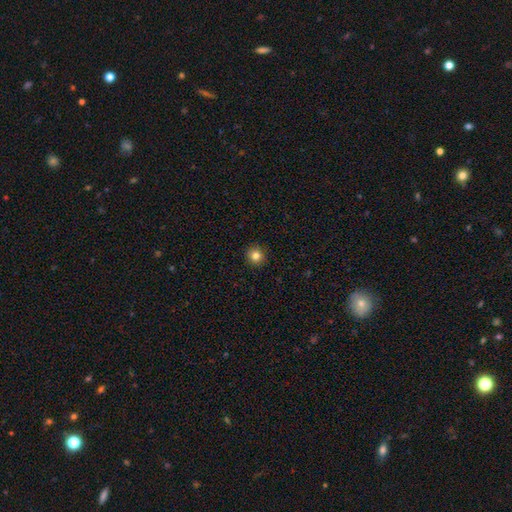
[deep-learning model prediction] smooth_or_featured: smooth (p=0.83) [alt: star or artifact p=0.12]
how_rounded: round (p=0.94) [alt: in between p=0.05]
merging: none (p=0.93) [alt: minor disturbance p=0.05]